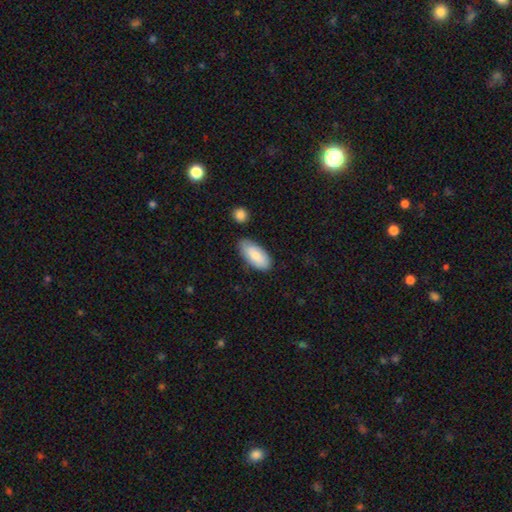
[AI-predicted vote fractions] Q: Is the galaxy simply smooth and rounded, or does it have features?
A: smooth — 80%.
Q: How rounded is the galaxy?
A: in between — 90%.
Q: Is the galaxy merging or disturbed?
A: none — 76%.